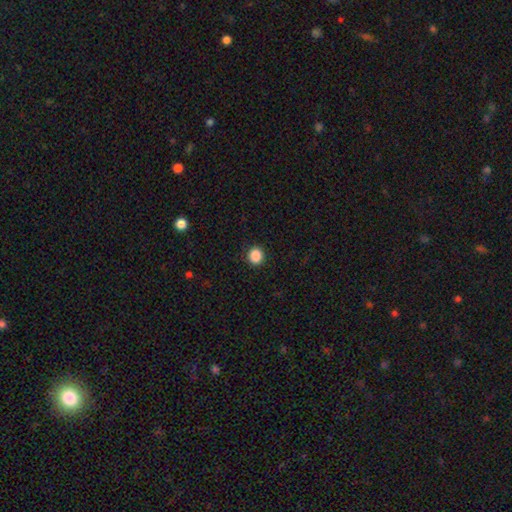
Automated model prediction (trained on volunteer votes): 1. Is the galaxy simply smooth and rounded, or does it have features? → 88% smooth, 9% star or artifact, 2% featured or disk.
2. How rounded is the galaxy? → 83% round, 16% in between, 1% cigar-shaped.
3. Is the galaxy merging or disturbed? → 90% none, 7% minor disturbance, 2% major disturbance, 1% merger.